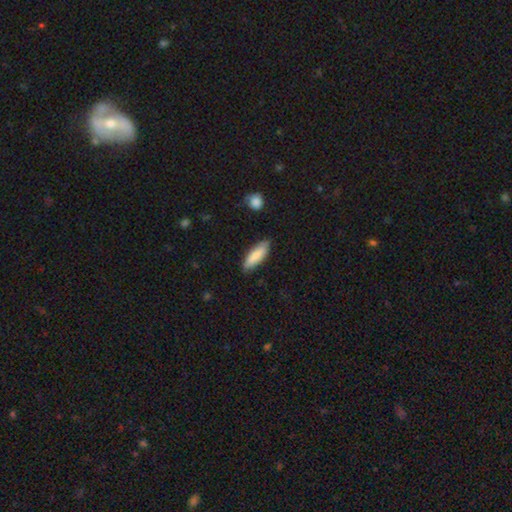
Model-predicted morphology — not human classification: A smooth galaxy with no disk features (81%) that is in between round and cigar-shaped (50%).

Vote fractions:
- Smooth or featured? smooth: 81% / featured or disk: 13% / star or artifact: 6%
- How rounded? in between: 50% / cigar-shaped: 48% / round: 2%
- Merging? none: 82% / minor disturbance: 14% / major disturbance: 2% / merger: 2%